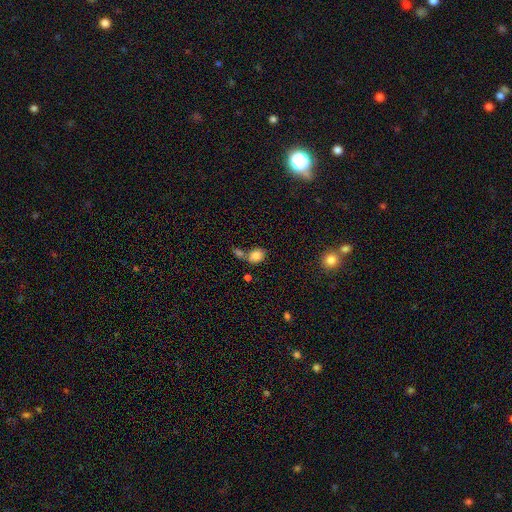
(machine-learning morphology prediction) Smooth or featured? Predicted: smooth (p=0.84). How rounded? Predicted: in between (p=0.60). Merging? Predicted: none (p=0.45).